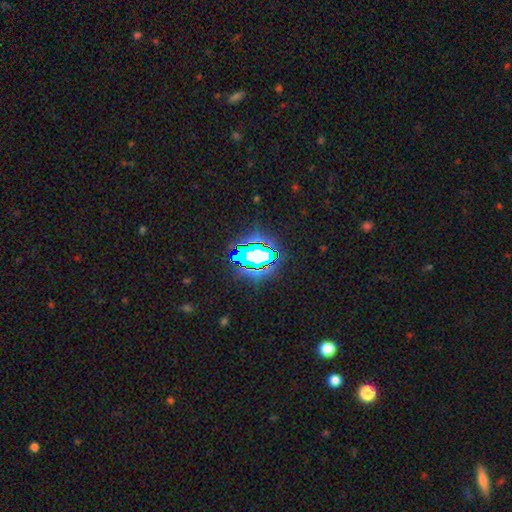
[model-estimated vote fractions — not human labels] The model was most divided on "smooth or featured": star or artifact: 66%, smooth: 20%, featured or disk: 14%.